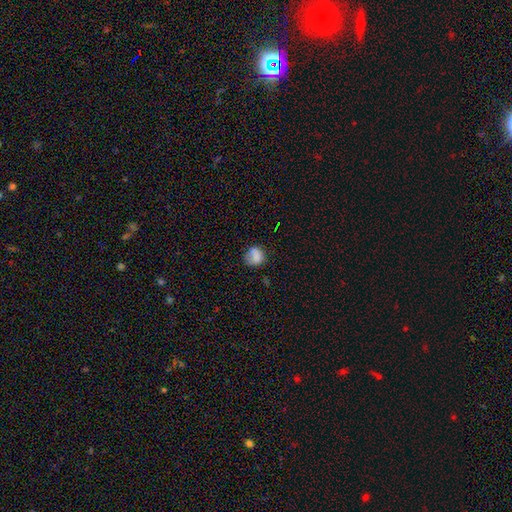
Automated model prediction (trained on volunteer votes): Smooth or featured? Predicted: smooth (p=0.78). How rounded? Predicted: round (p=0.77). Merging? Predicted: none (p=0.59).